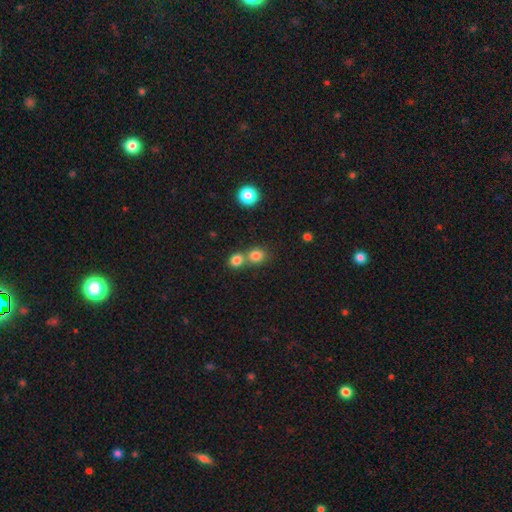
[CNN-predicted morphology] Q: Smooth or featured?
A: smooth (80%); runner-up: star or artifact (13%)
Q: How rounded?
A: round (76%); runner-up: in between (23%)
Q: Merging?
A: none (49%); runner-up: merger (43%)